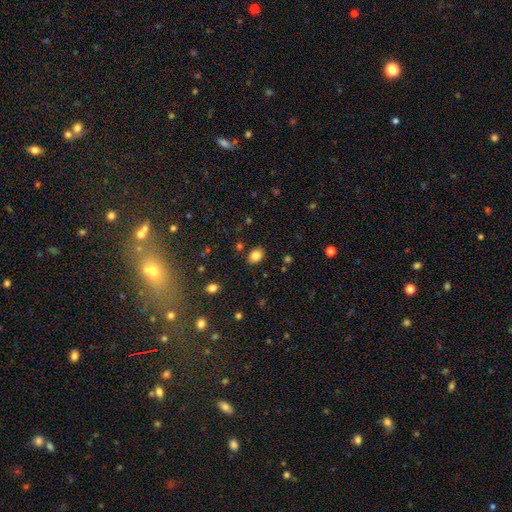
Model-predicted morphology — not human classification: This appears to be a smooth galaxy with no disk features (83%) that is in between round and cigar-shaped (64%). Merging: none (85%).